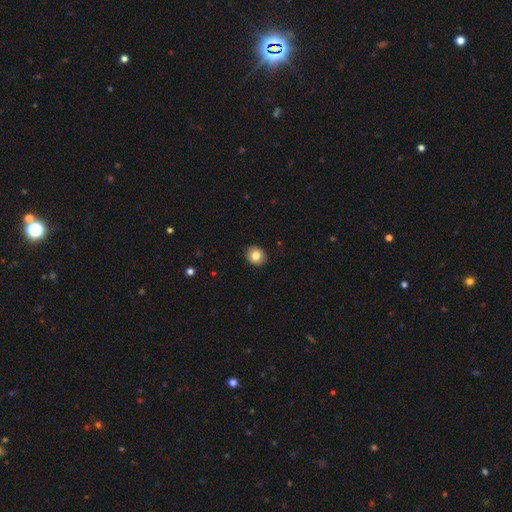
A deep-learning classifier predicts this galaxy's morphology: This is clearly a smooth galaxy (83%). How rounded: likely round (69%). Merging: clearly none (90%).